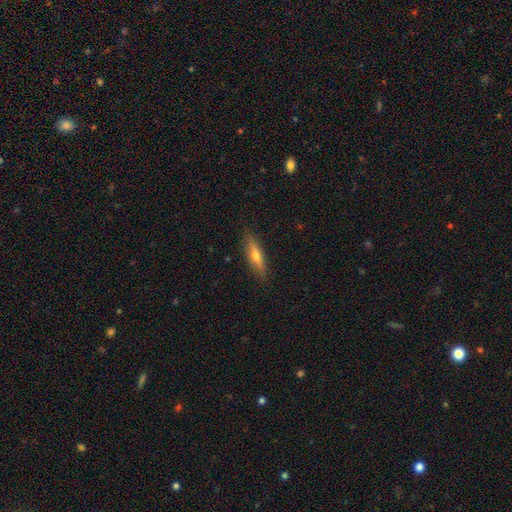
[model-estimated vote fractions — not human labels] Smooth or featured: smooth — 48% (featured or disk — 45%)
Merging: none — 88% (minor disturbance — 9%)